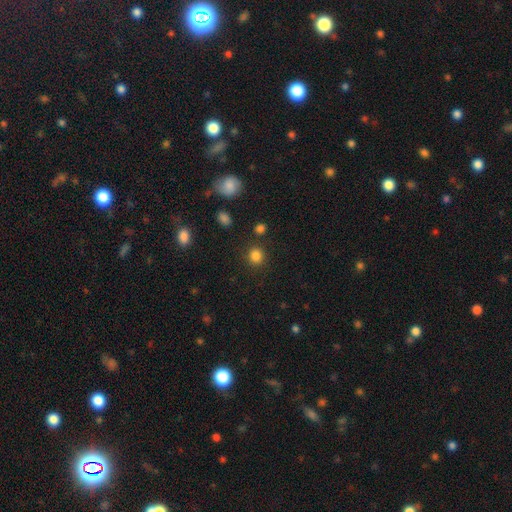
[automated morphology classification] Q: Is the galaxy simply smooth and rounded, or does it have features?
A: smooth — 83%.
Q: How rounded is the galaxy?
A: round — 84%.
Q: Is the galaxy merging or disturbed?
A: none — 85%.